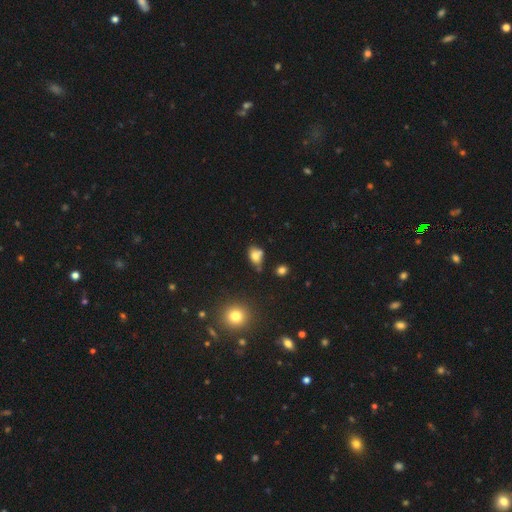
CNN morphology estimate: Overall: smooth (72%). How rounded: in between (72%). Merging: none (43%; minor disturbance 27%).